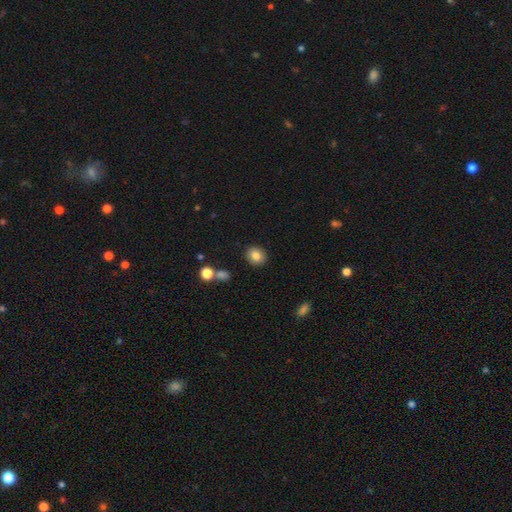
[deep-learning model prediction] Overall: smooth (83%). How rounded: round (74%). Merging: none (88%).